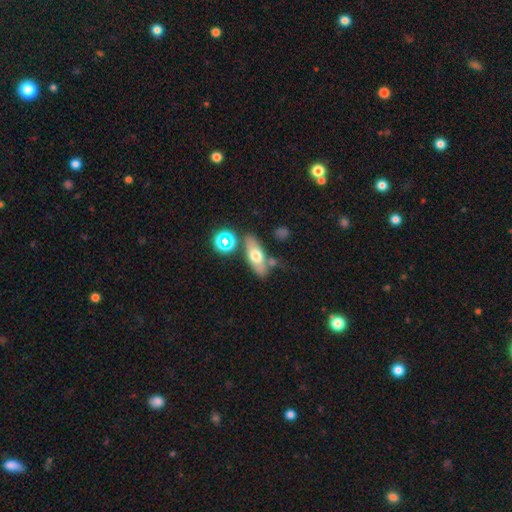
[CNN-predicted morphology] The model was most divided on "smooth or featured": smooth: 57%, featured or disk: 33%, star or artifact: 10%. More confident: merging — none (69%); how rounded — in between (67%).